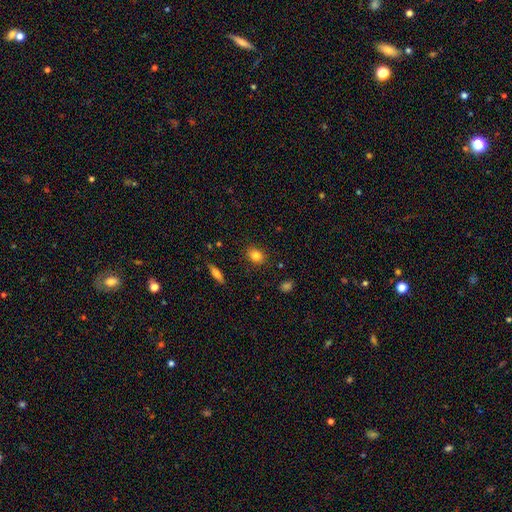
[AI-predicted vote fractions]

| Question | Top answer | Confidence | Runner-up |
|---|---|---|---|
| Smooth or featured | smooth | 82% | star or artifact (10%) |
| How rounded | in between | 54% | round (44%) |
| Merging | none | 87% | minor disturbance (9%) |